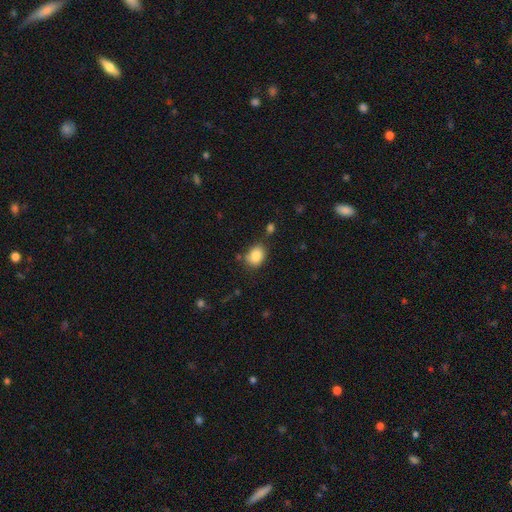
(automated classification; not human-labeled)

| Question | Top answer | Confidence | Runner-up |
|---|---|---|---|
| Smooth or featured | smooth | 86% | star or artifact (9%) |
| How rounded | in between | 59% | round (40%) |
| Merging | none | 70% | minor disturbance (18%) |